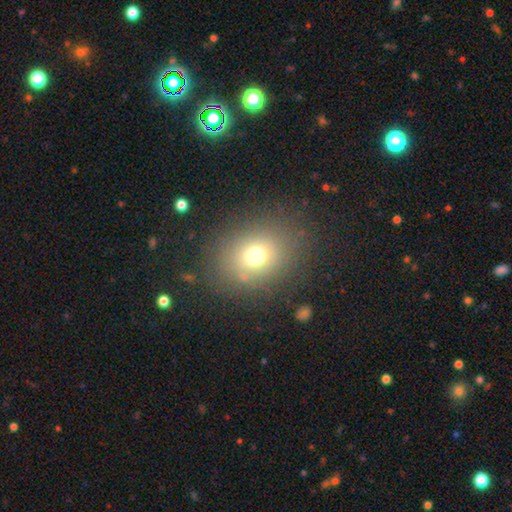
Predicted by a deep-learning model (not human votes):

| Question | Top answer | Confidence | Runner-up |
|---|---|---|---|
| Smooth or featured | smooth | 70% | star or artifact (17%) |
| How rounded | round | 58% | in between (41%) |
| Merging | none | 81% | minor disturbance (10%) |